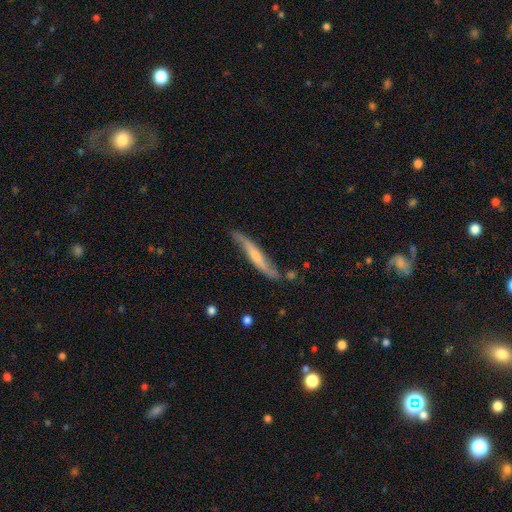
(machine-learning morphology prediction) Smooth or featured? Predicted: featured or disk (p=0.63). Edge-on disk? Predicted: yes (p=0.63). Merging? Predicted: none (p=0.66).